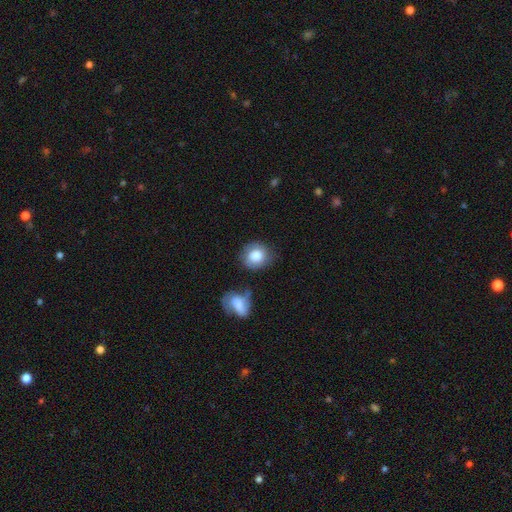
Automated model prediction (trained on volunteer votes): smooth-or-featured: smooth: 76% | featured or disk: 17% | star or artifact: 7%
  how-rounded: round: 75% | in between: 24% | cigar-shaped: 1%
  merging: none: 67% | minor disturbance: 20% | merger: 7% | major disturbance: 6%